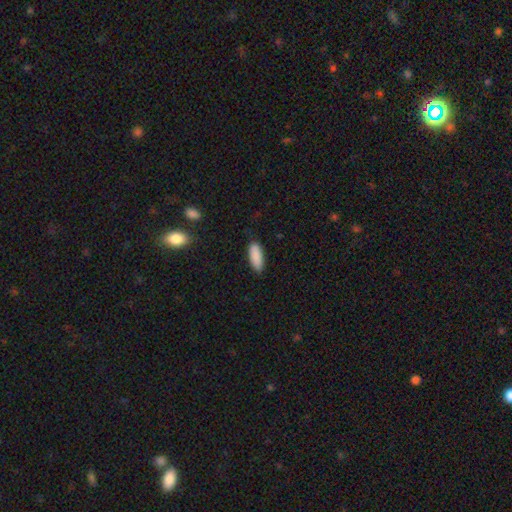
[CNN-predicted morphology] Smooth or featured?
  - smooth: 89% *
  - star or artifact: 6%
  - featured or disk: 4%
How rounded?
  - in between: 72% *
  - cigar-shaped: 26%
  - round: 2%
Merging?
  - none: 85% *
  - minor disturbance: 11%
  - major disturbance: 2%
  - merger: 1%